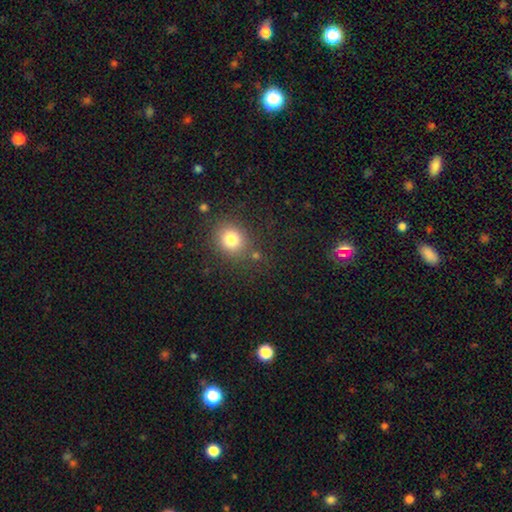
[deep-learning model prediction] This appears to be a smooth galaxy with no disk features (78%) that is round (78%). Merging: none (82%).